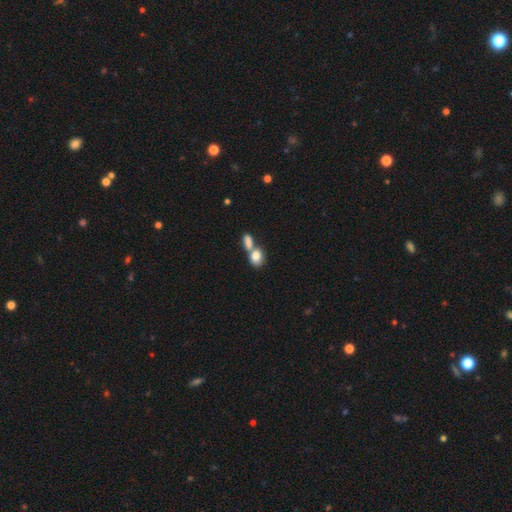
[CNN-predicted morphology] smooth-or-featured: smooth: 80% | featured or disk: 12% | star or artifact: 8%
  how-rounded: in between: 70% | round: 27% | cigar-shaped: 3%
  merging: merger: 64% | none: 24% | minor disturbance: 7% | major disturbance: 4%